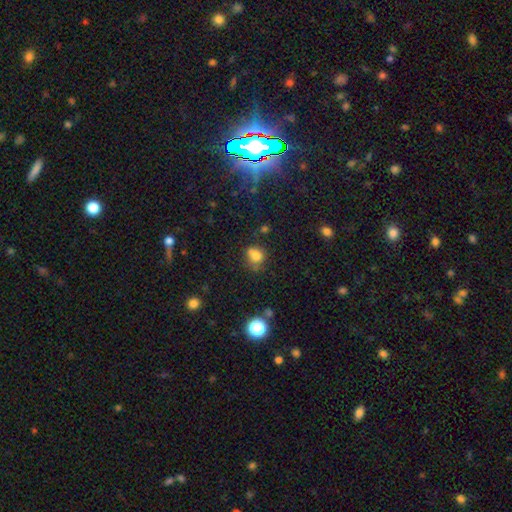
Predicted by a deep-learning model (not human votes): A smooth galaxy with no disk features (74%) that is round (68%).

Vote fractions:
- Smooth or featured? smooth: 74% / star or artifact: 15% / featured or disk: 11%
- How rounded? round: 68% / in between: 31% / cigar-shaped: 1%
- Merging? none: 49% / minor disturbance: 23% / merger: 18% / major disturbance: 10%